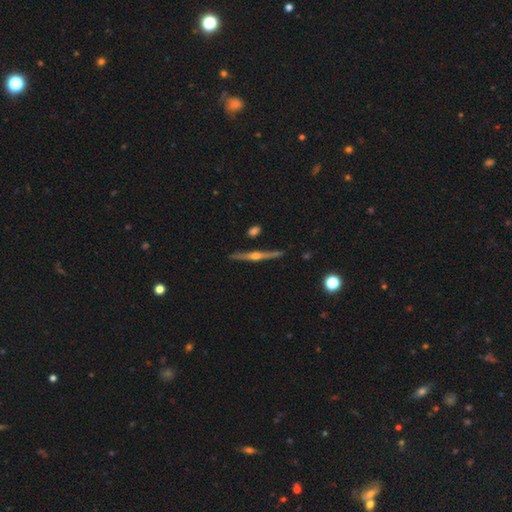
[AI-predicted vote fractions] Overall: featured or disk (83%). Edge-on disk: yes (98%). Edge-on bulge: rounded (94%). Merging: none (89%).